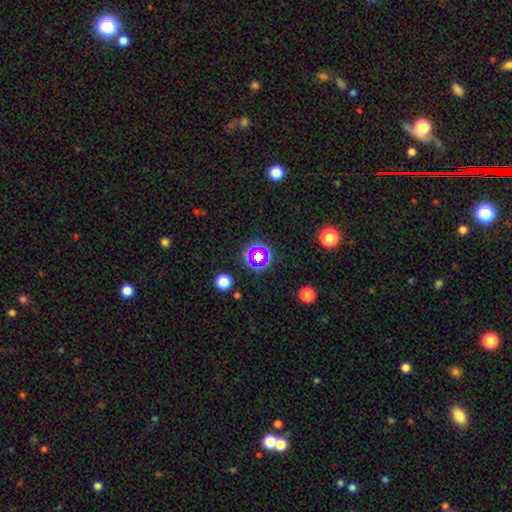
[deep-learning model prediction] Morphology: type=star or artifact (49%).